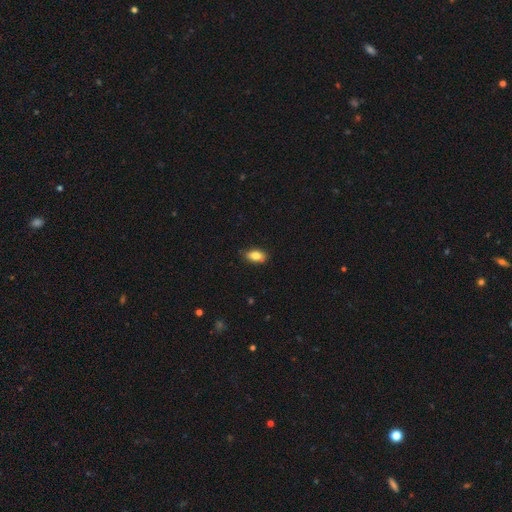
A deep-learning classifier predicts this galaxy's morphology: Smooth or featured?
  - smooth: 84% *
  - featured or disk: 8%
  - star or artifact: 8%
How rounded?
  - in between: 89% *
  - round: 6%
  - cigar-shaped: 5%
Merging?
  - none: 84% *
  - minor disturbance: 13%
  - major disturbance: 2%
  - merger: 1%